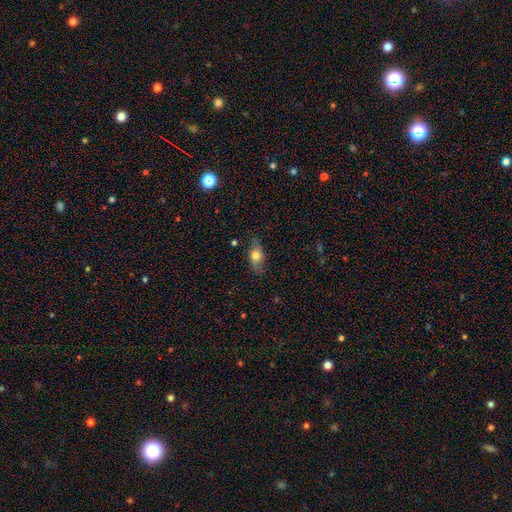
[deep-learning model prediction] smooth_or_featured: smooth (p=0.65) [alt: featured or disk p=0.27]
how_rounded: in between (p=0.80) [alt: round p=0.11]
merging: none (p=0.74) [alt: minor disturbance p=0.20]